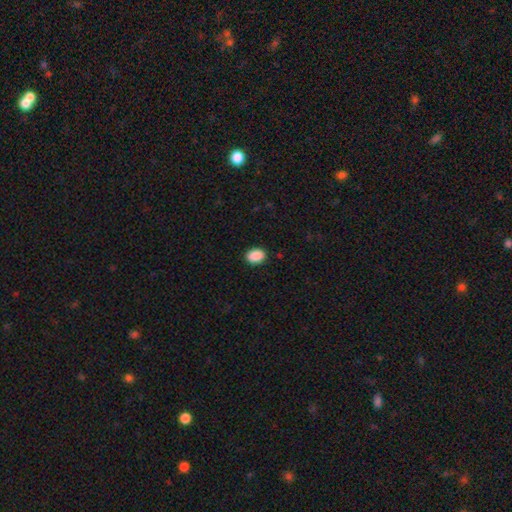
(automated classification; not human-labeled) smooth-or-featured: smooth: 90% | star or artifact: 7% | featured or disk: 2%
  how-rounded: in between: 78% | round: 21% | cigar-shaped: 1%
  merging: none: 89% | minor disturbance: 8% | major disturbance: 2% | merger: 1%